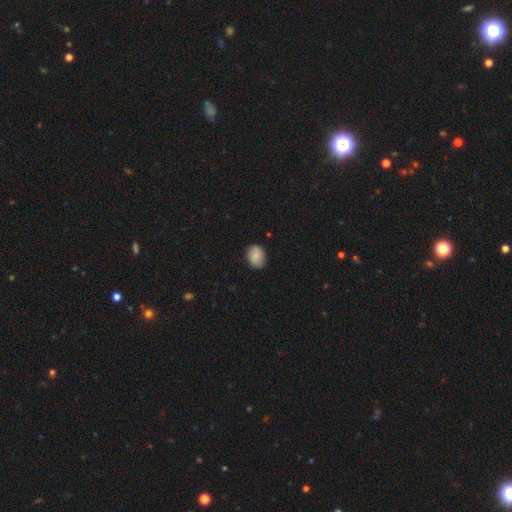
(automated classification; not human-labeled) Overall: smooth (82%). How rounded: in between (58%; round 41%). Merging: none (84%).